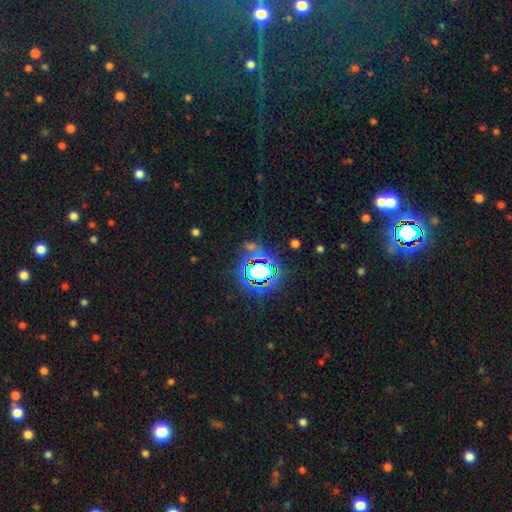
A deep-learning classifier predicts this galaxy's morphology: This appears to be a star or artifact, not a galaxy (76%).